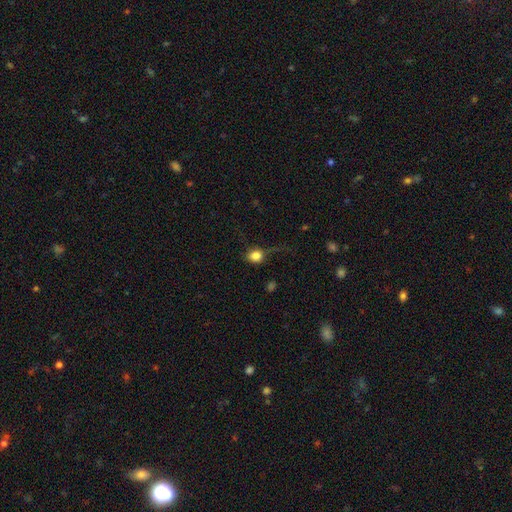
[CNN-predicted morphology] The model was most divided on "merging": none: 54%, minor disturbance: 23%, major disturbance: 20%, merger: 3%. More confident: smooth or featured — smooth (81%); how rounded — round (74%).